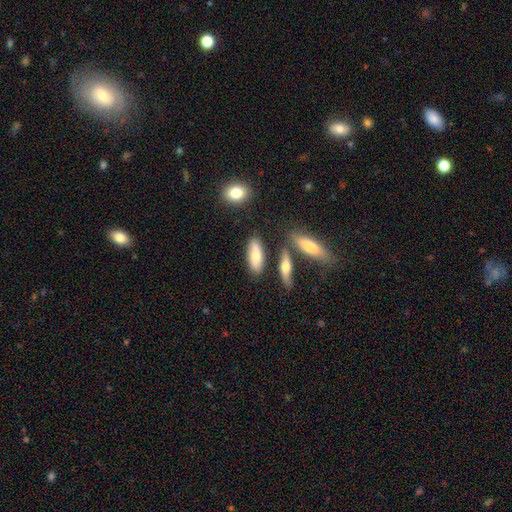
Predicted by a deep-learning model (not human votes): A smooth galaxy with no disk features (70%) that is in between round and cigar-shaped (74%). Merging: none (75%).